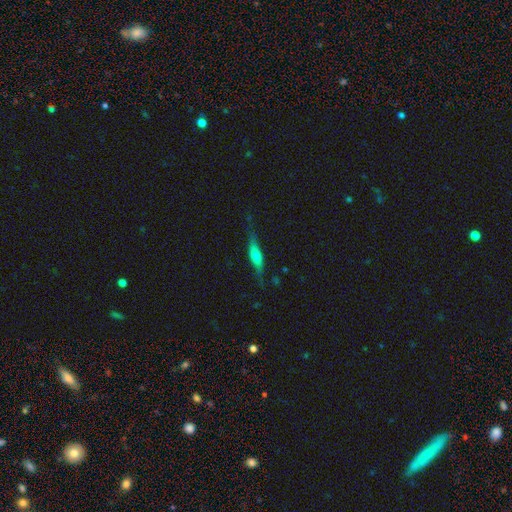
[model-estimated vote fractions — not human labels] The model was most divided on "smooth or featured": featured or disk: 48%, smooth: 45%, star or artifact: 7%. More confident: merging — none (73%).